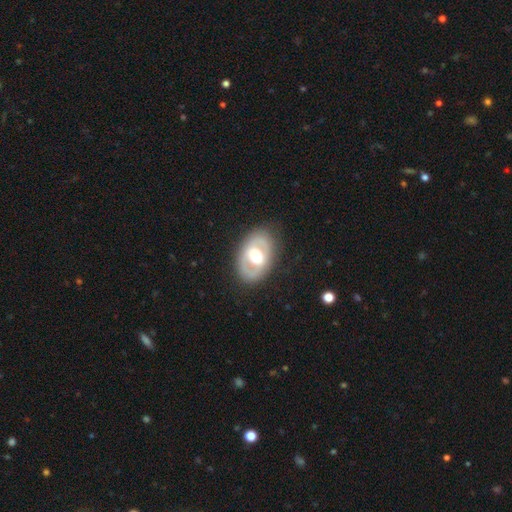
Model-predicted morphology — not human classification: smooth-or-featured: featured or disk: 62% | smooth: 33% | star or artifact: 6%
  disk-edge-on: no: 93% | yes: 7%
    bar: no: 43% | weak: 34% | strong: 23%
    has-spiral-arms: no: 70% | yes: 30%
    bulge-size: moderate: 66% | large: 23% | small: 8% | dominant: 2% | none: 1%
  merging: none: 81% | minor disturbance: 13% | major disturbance: 5% | merger: 1%